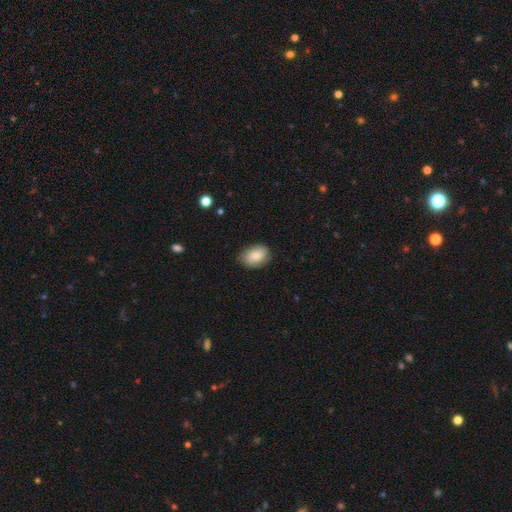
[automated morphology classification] Smooth or featured? smooth (81%)
How rounded? in between (79%)
Merging? none (80%)